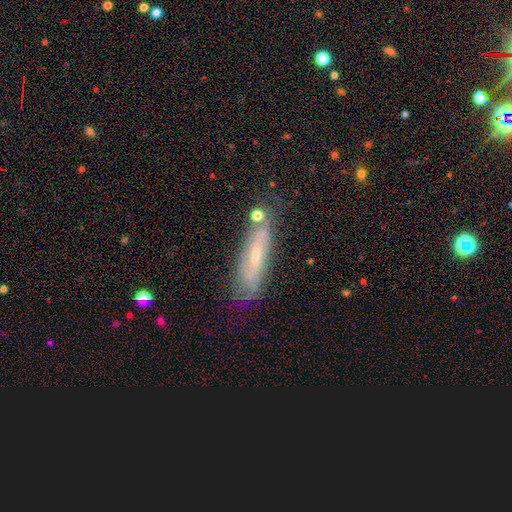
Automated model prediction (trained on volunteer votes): featured or disk 52%, smooth 38%, star or artifact 10%. Down the decision tree: edge-on disk — no (52%); merging — none (71%).